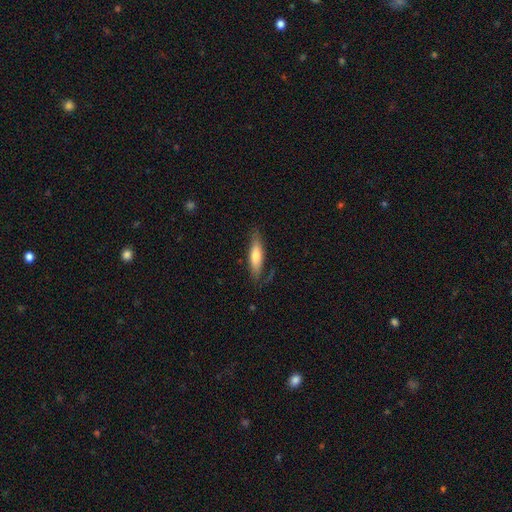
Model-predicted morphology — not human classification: type=smooth (65%); roundness=cigar-shaped (65%); merging=none (73%).